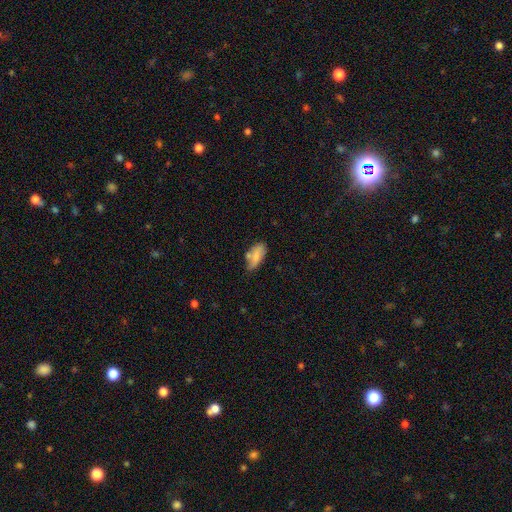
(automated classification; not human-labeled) smooth_or_featured: smooth (p=0.74) [alt: featured or disk p=0.19]
how_rounded: in between (p=0.83) [alt: cigar-shaped p=0.15]
merging: none (p=0.57) [alt: minor disturbance p=0.26]